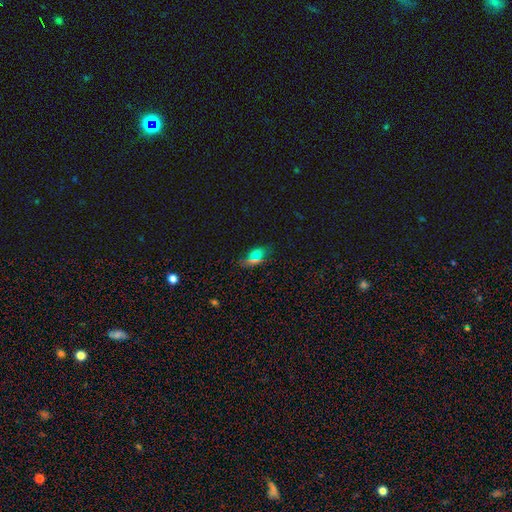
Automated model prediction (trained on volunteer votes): Smooth or featured? smooth (62%)
How rounded? in between (82%)
Merging? none (74%)